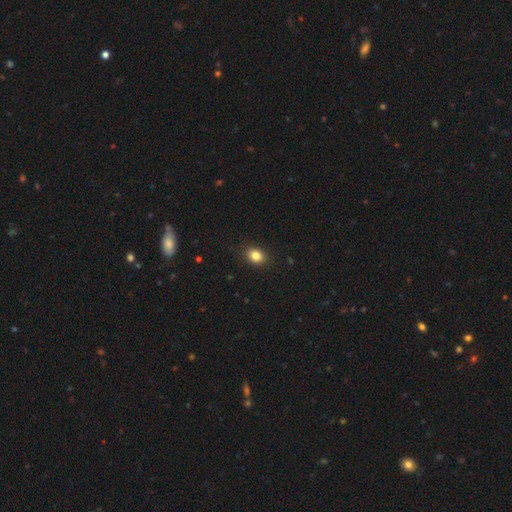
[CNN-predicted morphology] smooth 85%, star or artifact 10%, featured or disk 5%. Down the decision tree: how rounded — in between (57%); merging — none (89%).